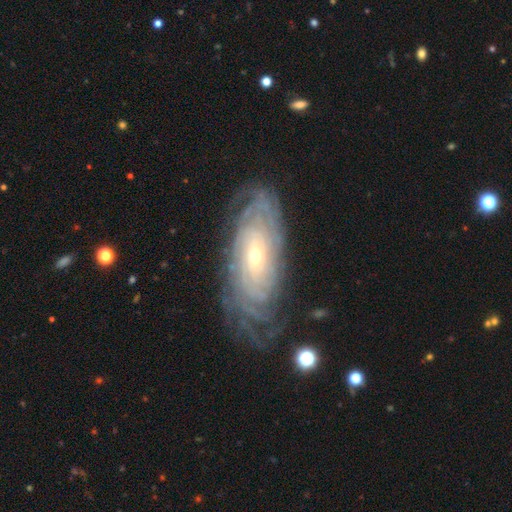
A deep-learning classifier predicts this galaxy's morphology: Smooth or featured?
  - featured or disk: 86% *
  - smooth: 8%
  - star or artifact: 6%
Edge-on disk?
  - no: 91% *
  - yes: 9%
Bar?
  - no: 66% *
  - weak: 24%
  - strong: 10%
Spiral arms?
  - yes: 95% *
  - no: 5%
Spiral winding?
  - tight: 84% *
  - medium: 13%
  - loose: 3%
Spiral arm count?
  - can't tell: 43% *
  - more than 4: 21%
  - 4: 15%
  - 3: 8%
  - 2: 8%
  - 1: 6%
Bulge size?
  - small: 63% *
  - moderate: 34%
  - large: 2%
  - none: 1%
  - dominant: 1%
Merging?
  - none: 78% *
  - minor disturbance: 15%
  - major disturbance: 6%
  - merger: 2%